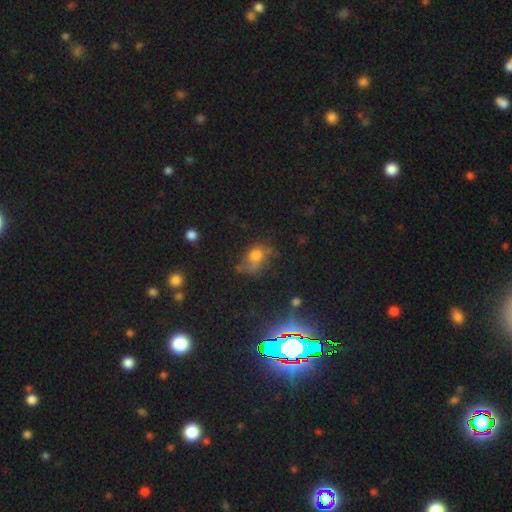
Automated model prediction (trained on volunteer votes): Overall: smooth (59%; featured or disk 24%). How rounded: in between (58%; round 40%). Merging: none (39%; major disturbance 27%).